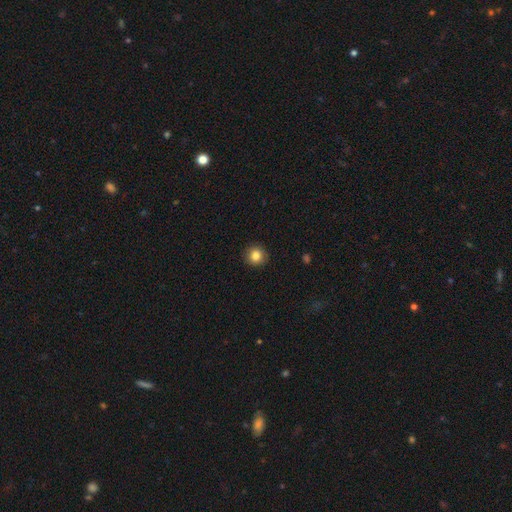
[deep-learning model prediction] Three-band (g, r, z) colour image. It shows a smooth galaxy with no disk features (84%) that is round (90%). Merging: none (90%).